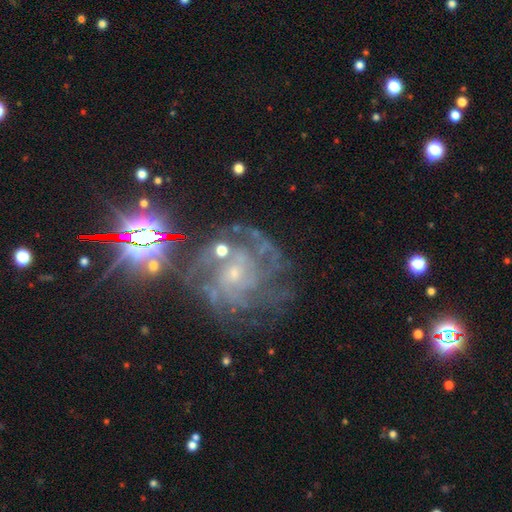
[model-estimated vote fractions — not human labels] A featured or disk galaxy (72%) with no bar (67%), tight (59%) spiral arms (92%) and a small central bulge (75%). Merging: none (67%).